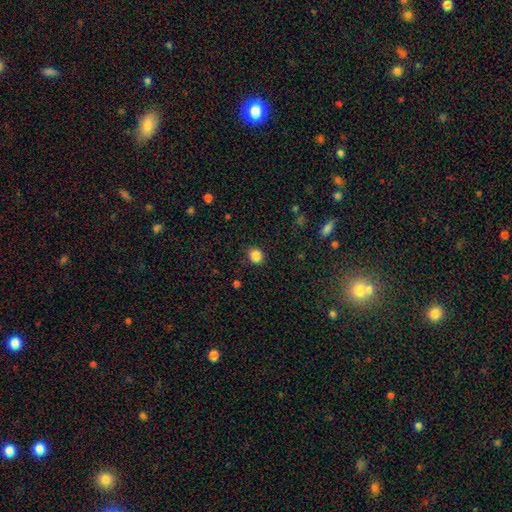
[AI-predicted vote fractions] smooth-or-featured: smooth: 86% | star or artifact: 10% | featured or disk: 4%
  how-rounded: round: 73% | in between: 27% | cigar-shaped: 1%
  merging: none: 88% | minor disturbance: 9% | major disturbance: 2% | merger: 1%